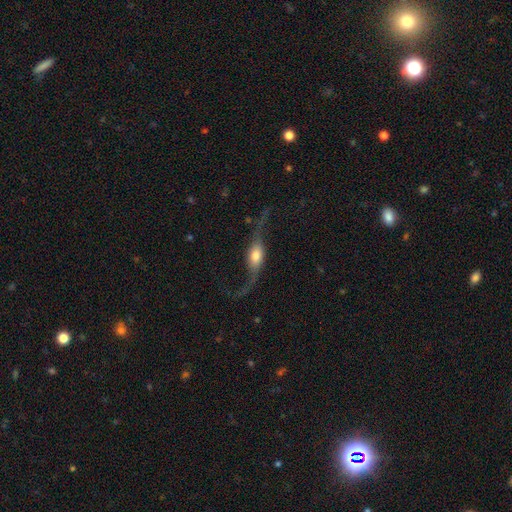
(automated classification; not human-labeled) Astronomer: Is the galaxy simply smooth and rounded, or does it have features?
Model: featured or disk — 72%.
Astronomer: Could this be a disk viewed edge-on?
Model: no — 65%.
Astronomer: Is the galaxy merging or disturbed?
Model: none — 48% (runner-up: major disturbance, 30%).